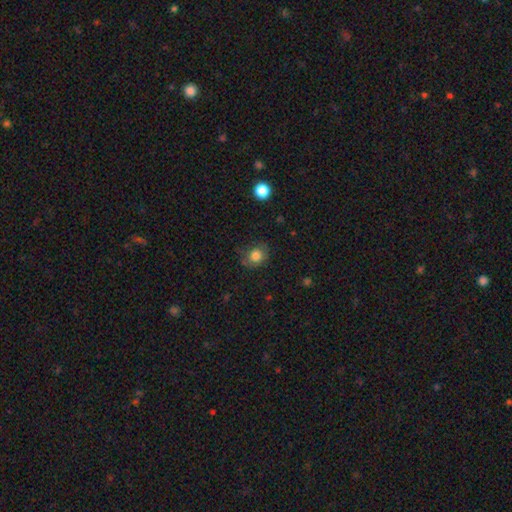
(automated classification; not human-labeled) A smooth galaxy with no disk features (77%) that is round (62%). Merging: none (68%).